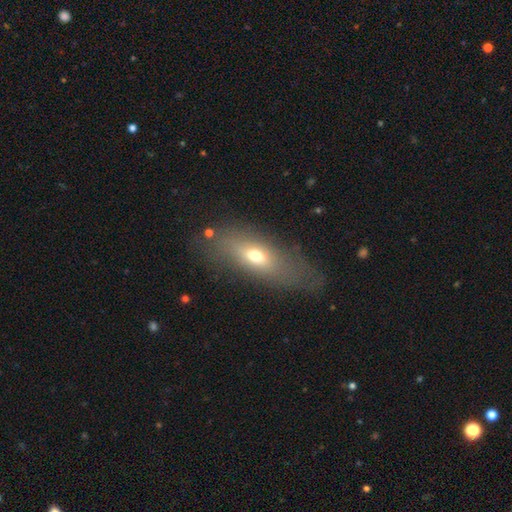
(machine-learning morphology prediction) smooth_or_featured: smooth (p=0.59) [alt: featured or disk p=0.30]
how_rounded: in between (p=0.63) [alt: cigar-shaped p=0.30]
merging: none (p=0.67) [alt: minor disturbance p=0.17]